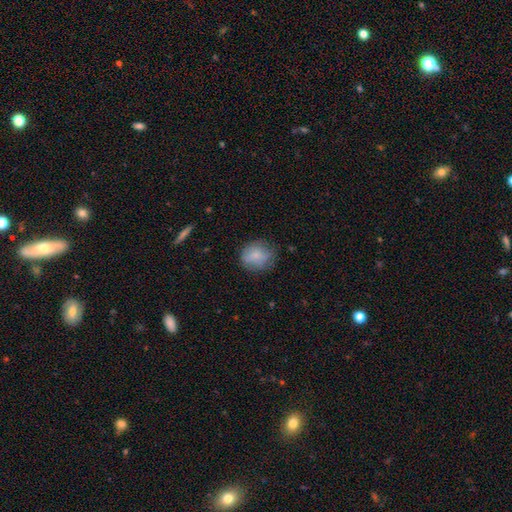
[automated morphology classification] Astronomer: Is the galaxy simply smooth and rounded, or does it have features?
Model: smooth — 78%.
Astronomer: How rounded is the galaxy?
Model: round — 74%.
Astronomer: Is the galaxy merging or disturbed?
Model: none — 69%.